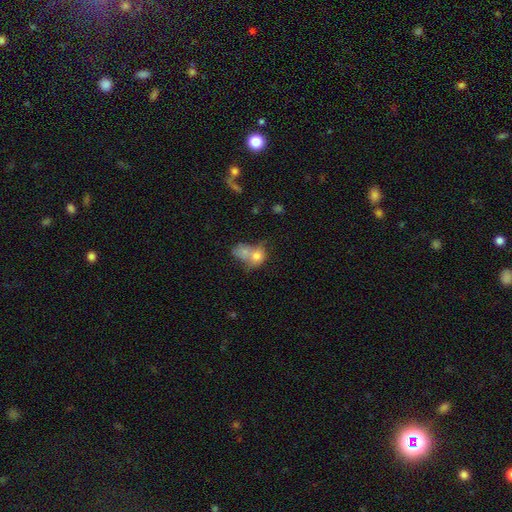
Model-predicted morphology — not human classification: Q: Smooth or featured?
A: smooth (68%); runner-up: featured or disk (19%)
Q: How rounded?
A: round (54%); runner-up: in between (44%)
Q: Merging?
A: merger (59%); runner-up: none (23%)